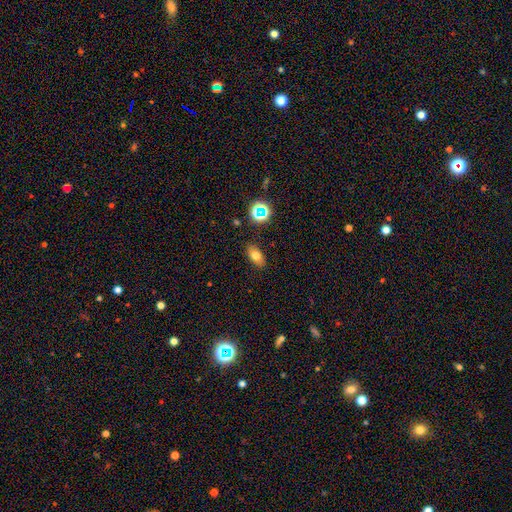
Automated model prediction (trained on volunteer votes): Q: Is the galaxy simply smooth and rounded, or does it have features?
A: smooth — 73%.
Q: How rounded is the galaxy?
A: in between — 84%.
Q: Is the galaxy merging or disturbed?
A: none — 86%.